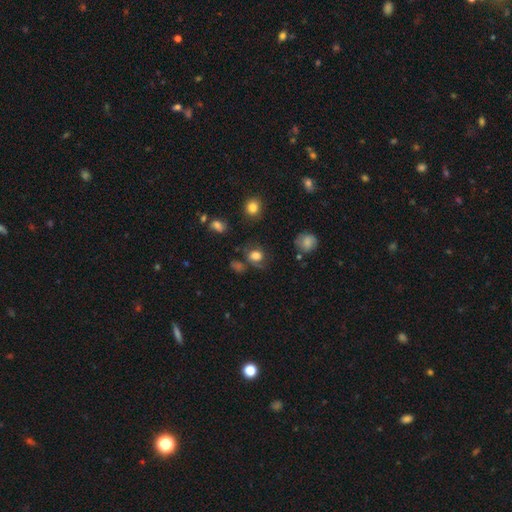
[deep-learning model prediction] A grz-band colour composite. It shows a smooth galaxy with no disk features (66%) that is round (63%). Merging: none (55%).